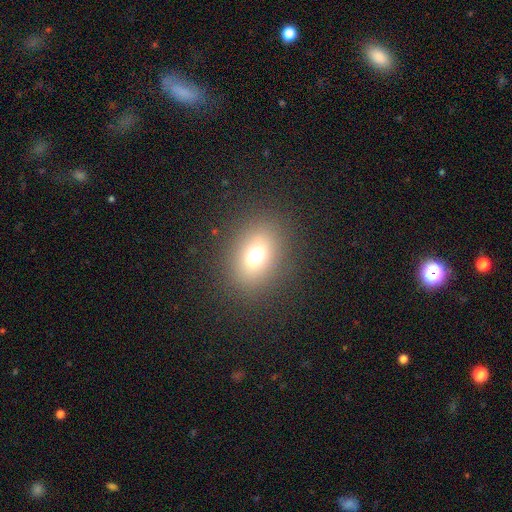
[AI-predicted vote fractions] Smooth or featured?
  - smooth: 68% *
  - star or artifact: 19%
  - featured or disk: 13%
How rounded?
  - in between: 54% *
  - round: 45%
  - cigar-shaped: 1%
Merging?
  - none: 85% *
  - minor disturbance: 8%
  - major disturbance: 5%
  - merger: 1%